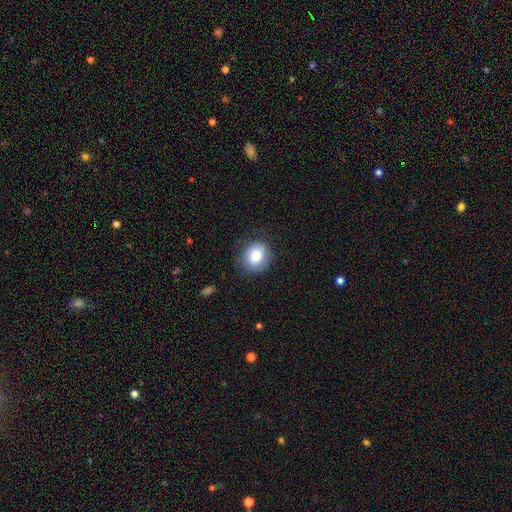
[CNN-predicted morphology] smooth_or_featured: smooth (p=0.79) [alt: featured or disk p=0.12]
how_rounded: round (p=0.68) [alt: in between p=0.31]
merging: none (p=0.75) [alt: minor disturbance p=0.18]